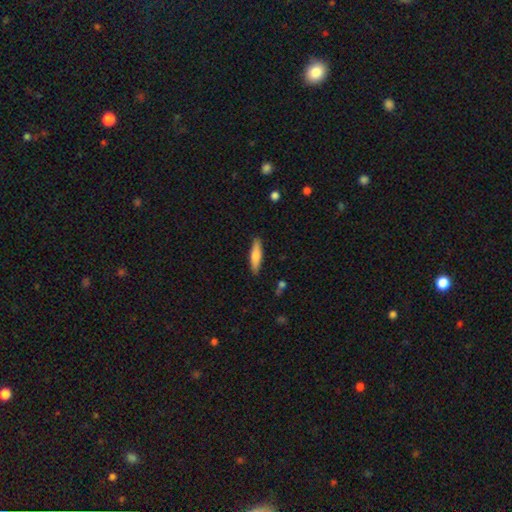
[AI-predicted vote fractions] smooth-or-featured: smooth: 75% | featured or disk: 19% | star or artifact: 6%
  how-rounded: cigar-shaped: 72% | in between: 27% | round: 2%
  merging: none: 88% | minor disturbance: 9% | major disturbance: 2% | merger: 1%